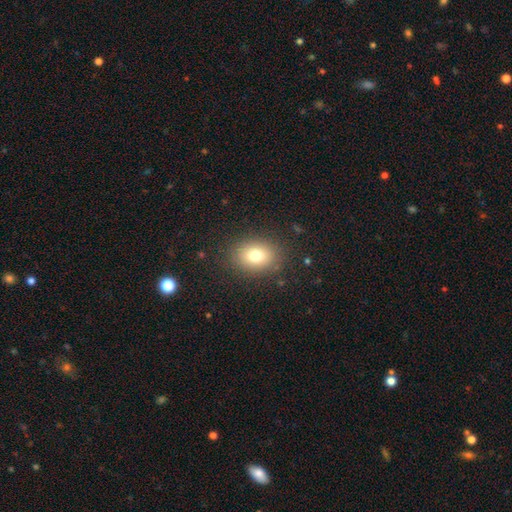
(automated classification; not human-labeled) A smooth galaxy with no disk features (76%) that is in between round and cigar-shaped (55%).

Vote fractions:
- Smooth or featured? smooth: 76% / star or artifact: 12% / featured or disk: 12%
- How rounded? in between: 55% / round: 44% / cigar-shaped: 1%
- Merging? none: 85% / minor disturbance: 9% / major disturbance: 4% / merger: 1%